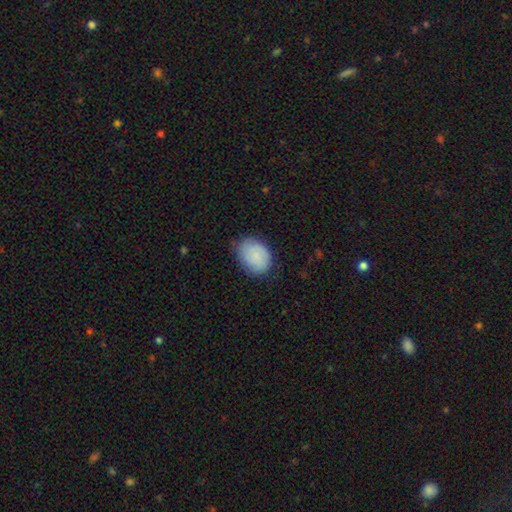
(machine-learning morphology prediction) A smooth galaxy with no disk features (70%) that is in between round and cigar-shaped (69%). Merging: none (73%).